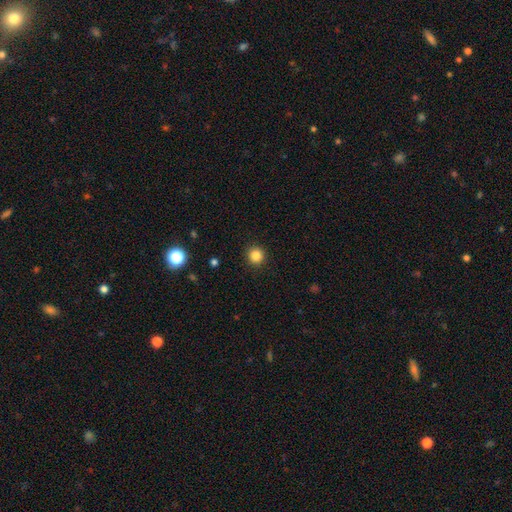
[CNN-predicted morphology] This appears to be a smooth galaxy with no disk features (84%) that is round (95%). Merging: none (92%).